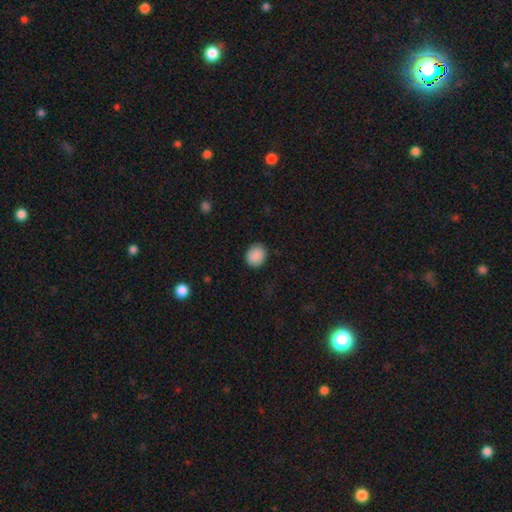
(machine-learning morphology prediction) A smooth galaxy with no disk features (89%) that is round (63%).

Vote fractions:
- Smooth or featured? smooth: 89% / star or artifact: 8% / featured or disk: 3%
- How rounded? round: 63% / in between: 36% / cigar-shaped: 1%
- Merging? none: 87% / minor disturbance: 9% / major disturbance: 2% / merger: 1%